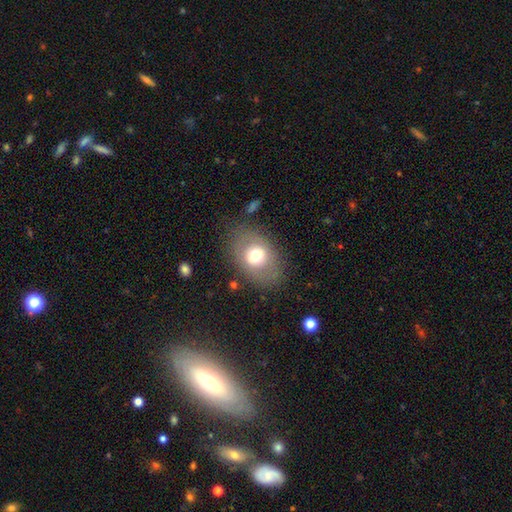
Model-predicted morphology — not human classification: Q: Smooth or featured?
A: smooth (63%); runner-up: featured or disk (28%)
Q: How rounded?
A: in between (70%); runner-up: round (29%)
Q: Merging?
A: none (76%); runner-up: minor disturbance (14%)